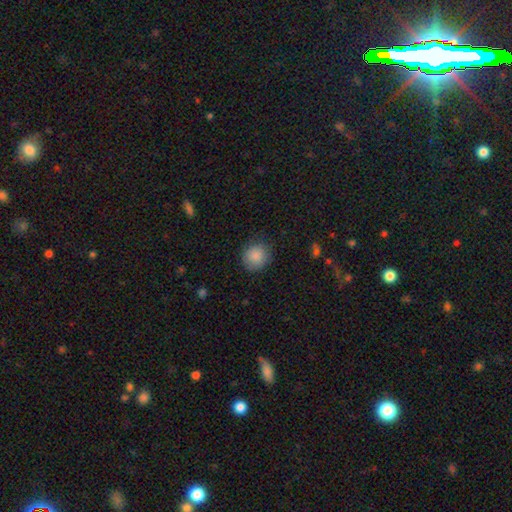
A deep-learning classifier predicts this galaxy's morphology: A smooth galaxy with no disk features (87%) that is round (87%). Merging: none (84%).